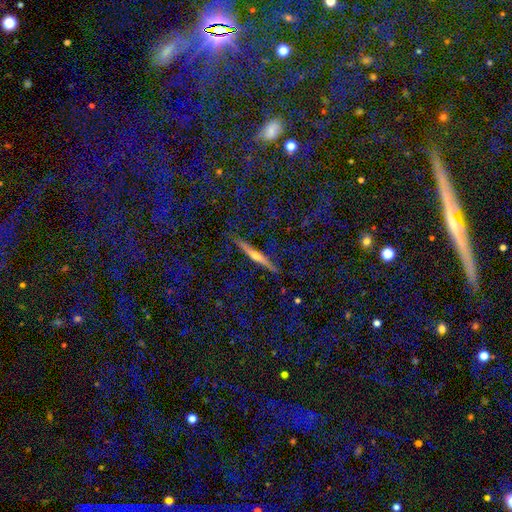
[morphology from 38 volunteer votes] Smooth or featured: featured or disk — 87% (smooth — 11%)
Edge-on disk: yes — 100%
Edge-on bulge: rounded — 85% (boxy — 12%)
Merging: none — 81% (minor disturbance — 16%)